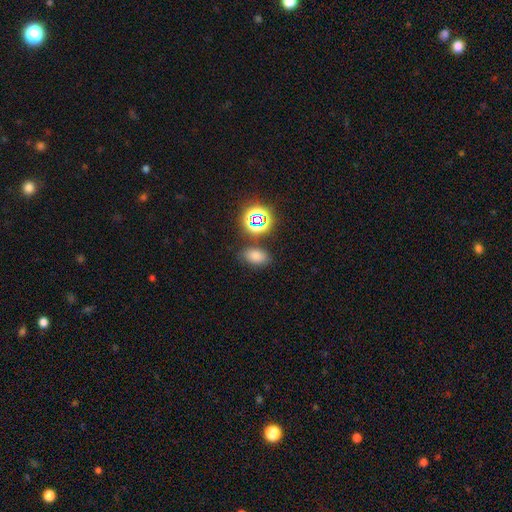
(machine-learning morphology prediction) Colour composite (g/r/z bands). It shows a smooth galaxy with no disk features (72%) that is in between round and cigar-shaped (85%). Merging: none (80%).